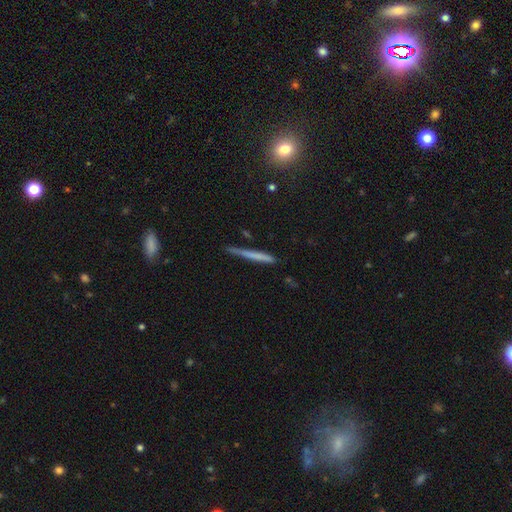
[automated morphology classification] smooth_or_featured: smooth (p=0.59) [alt: featured or disk p=0.33]
how_rounded: cigar-shaped (p=0.96) [alt: in between p=0.02]
merging: none (p=0.79) [alt: minor disturbance p=0.16]